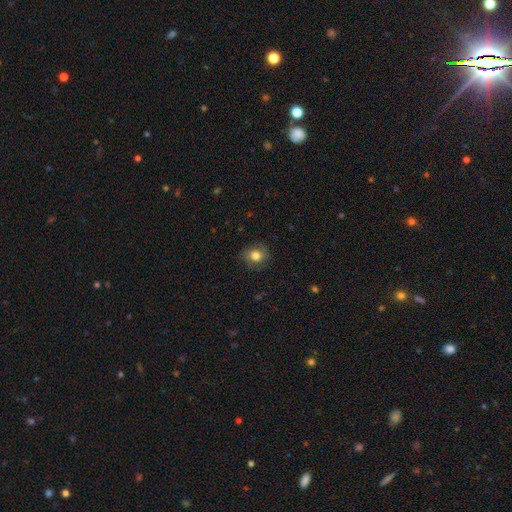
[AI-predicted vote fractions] Smooth or featured? smooth (75%)
How rounded? round (73%)
Merging? none (80%)